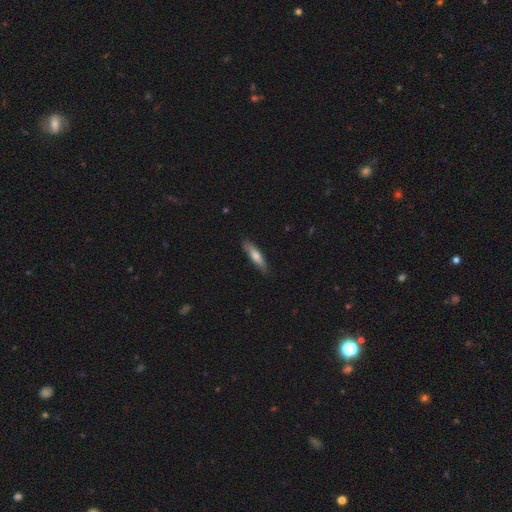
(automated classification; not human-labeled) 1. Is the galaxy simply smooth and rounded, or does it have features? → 68% smooth, 26% featured or disk, 5% star or artifact.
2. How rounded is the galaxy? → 77% cigar-shaped, 21% in between, 2% round.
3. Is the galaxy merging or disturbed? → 85% none, 12% minor disturbance, 2% major disturbance, 1% merger.